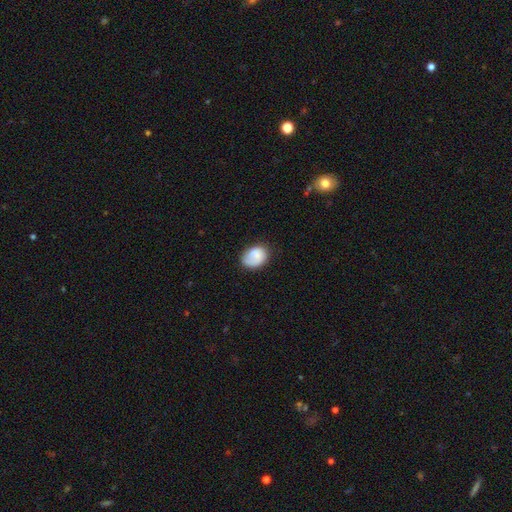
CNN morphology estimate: This is likely a smooth galaxy (74%). How rounded: likely in between (63%). Merging: likely none (65%).